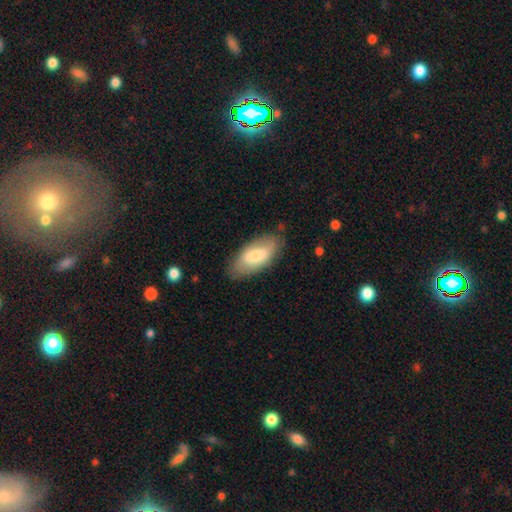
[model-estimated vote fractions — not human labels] Smooth or featured? smooth (68%)
How rounded? in between (89%)
Merging? none (77%)